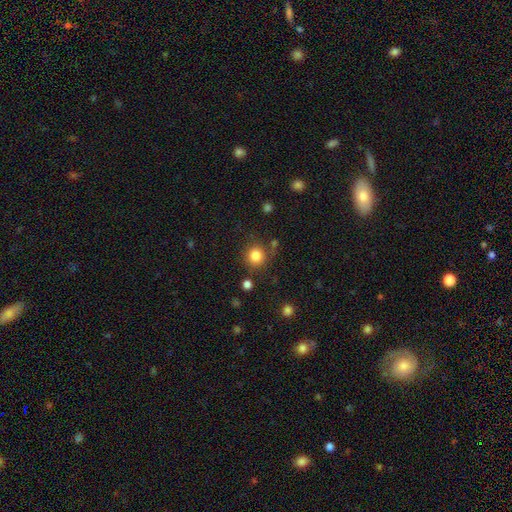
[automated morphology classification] A smooth galaxy with no disk features (83%) that is round (92%). Merging: none (81%).